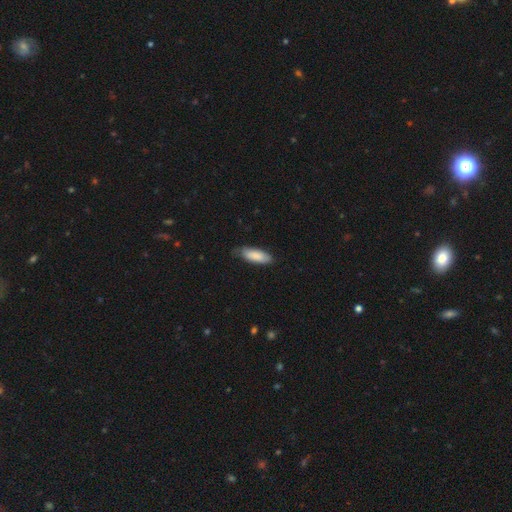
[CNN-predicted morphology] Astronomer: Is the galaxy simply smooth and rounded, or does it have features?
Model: smooth — 85%.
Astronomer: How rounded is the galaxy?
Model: in between — 68%.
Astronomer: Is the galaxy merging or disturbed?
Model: none — 71%.